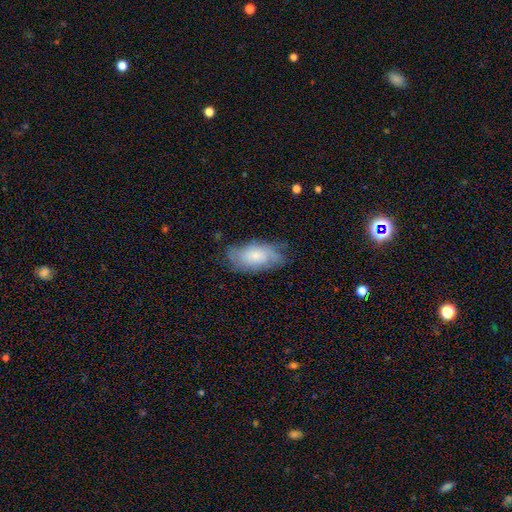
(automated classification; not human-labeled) Smooth or featured? Predicted: smooth (p=0.49). Merging? Predicted: none (p=0.66).